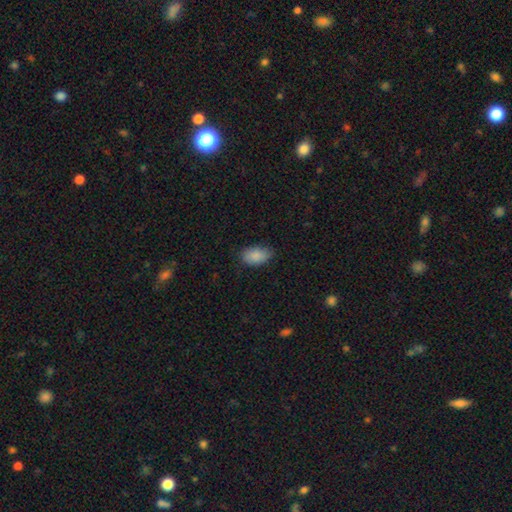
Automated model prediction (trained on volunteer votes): Morphology: type=smooth (88%); roundness=in between (92%); merging=none (77%).